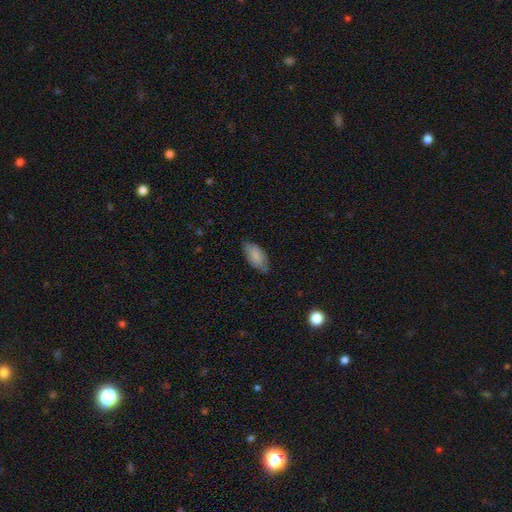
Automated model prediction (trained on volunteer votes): This appears to be a smooth galaxy with no disk features (80%) that is in between round and cigar-shaped (93%). Merging: none (67%).